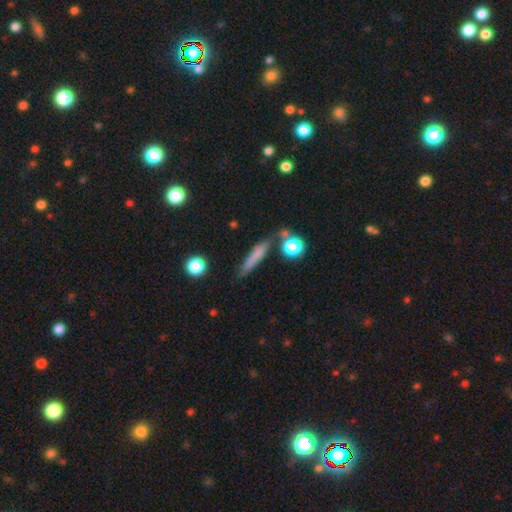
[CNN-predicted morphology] smooth_or_featured: smooth (p=0.66) [alt: featured or disk p=0.26]
how_rounded: cigar-shaped (p=0.86) [alt: in between p=0.10]
merging: none (p=0.70) [alt: minor disturbance p=0.17]